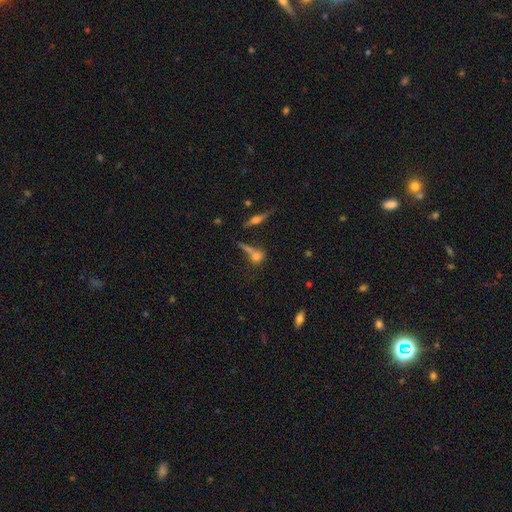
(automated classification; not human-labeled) The model was most divided on "merging": none: 49%, merger: 28%, minor disturbance: 13%, major disturbance: 9%. More confident: smooth or featured — smooth (63%); how rounded — round (56%).